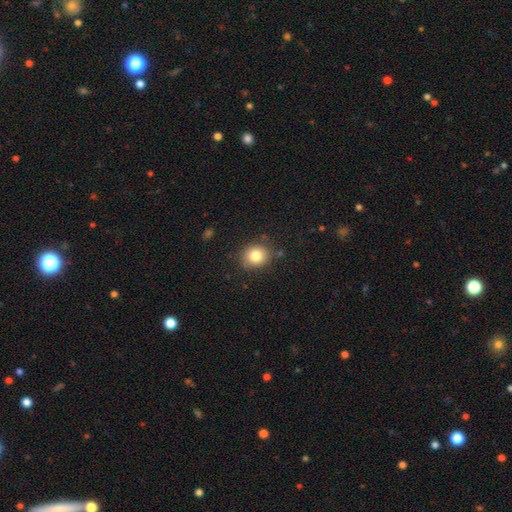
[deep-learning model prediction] Smooth or featured? smooth (81%)
How rounded? round (77%)
Merging? none (84%)